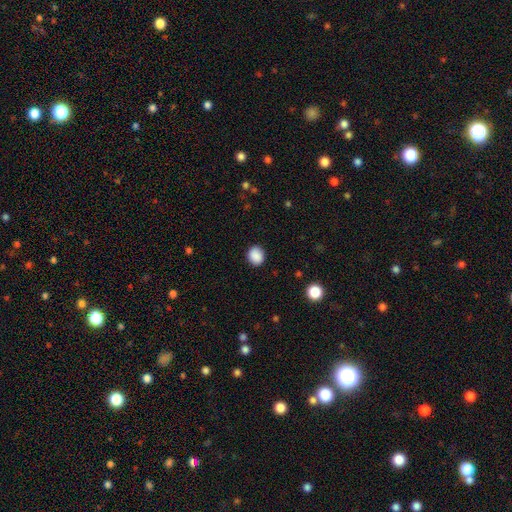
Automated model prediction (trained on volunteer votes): A smooth galaxy with no disk features (89%) that is round (72%).

Vote fractions:
- Smooth or featured? smooth: 89% / star or artifact: 9% / featured or disk: 3%
- How rounded? round: 72% / in between: 27% / cigar-shaped: 1%
- Merging? none: 89% / minor disturbance: 8% / major disturbance: 2% / merger: 1%